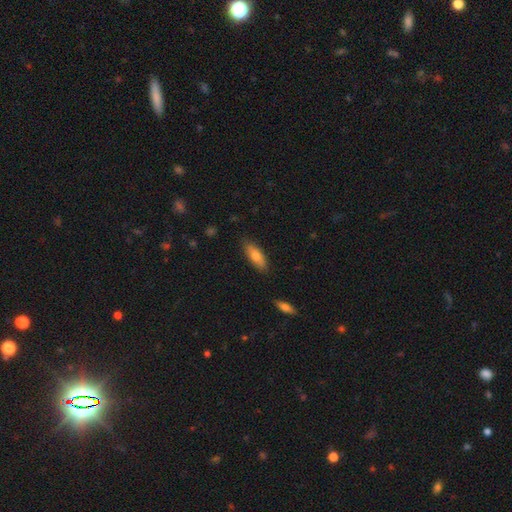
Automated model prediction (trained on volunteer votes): A smooth galaxy with no disk features (74%) that is in between round and cigar-shaped (62%).

Vote fractions:
- Smooth or featured? smooth: 74% / featured or disk: 20% / star or artifact: 7%
- How rounded? in between: 62% / cigar-shaped: 36% / round: 2%
- Merging? none: 84% / minor disturbance: 12% / major disturbance: 2% / merger: 1%